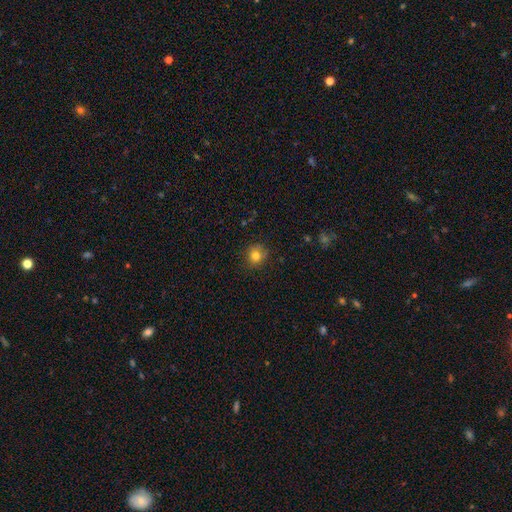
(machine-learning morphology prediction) Smooth or featured?
  - smooth: 79% *
  - star or artifact: 13%
  - featured or disk: 8%
How rounded?
  - round: 84% *
  - in between: 15%
  - cigar-shaped: 1%
Merging?
  - none: 80% *
  - minor disturbance: 15%
  - major disturbance: 3%
  - merger: 2%